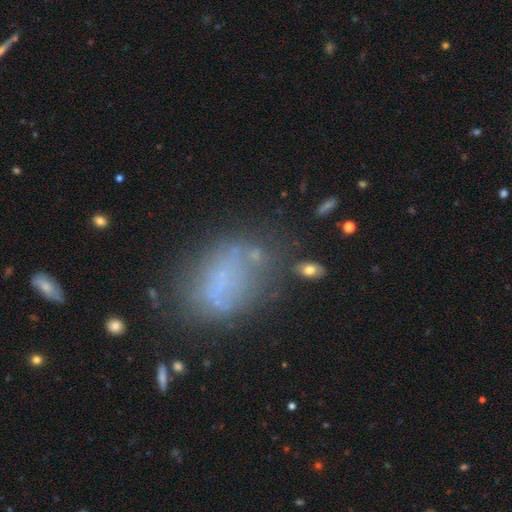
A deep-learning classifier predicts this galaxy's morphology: Smooth or featured?
  - smooth: 44% *
  - featured or disk: 34%
  - star or artifact: 21%
Merging?
  - none: 53% *
  - minor disturbance: 21%
  - major disturbance: 18%
  - merger: 9%